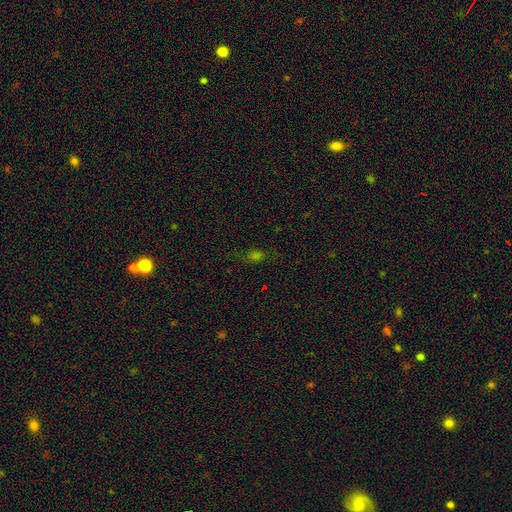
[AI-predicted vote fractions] smooth-or-featured: smooth: 48% | star or artifact: 40% | featured or disk: 12%
  merging: none: 68% | minor disturbance: 18% | major disturbance: 11% | merger: 3%